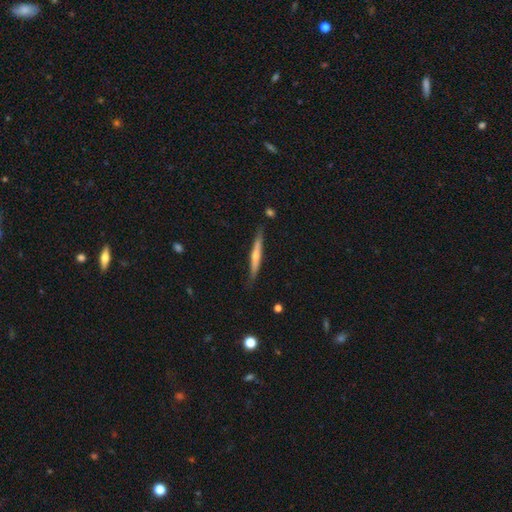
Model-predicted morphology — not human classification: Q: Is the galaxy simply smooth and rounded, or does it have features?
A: featured or disk — 50%.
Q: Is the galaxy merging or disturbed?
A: none — 83%.